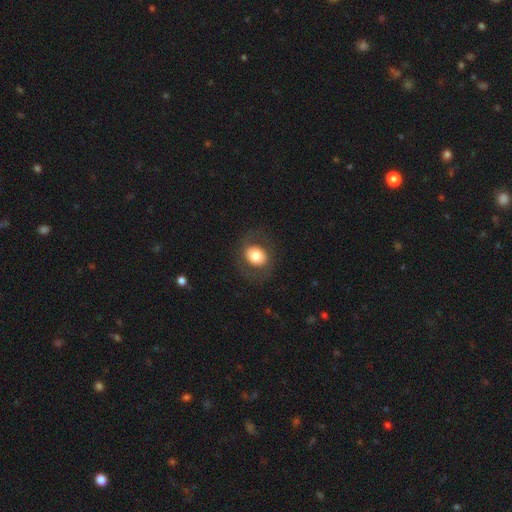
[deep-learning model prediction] A smooth galaxy with no disk features (68%) that is round (55%).

Vote fractions:
- Smooth or featured? smooth: 68% / featured or disk: 24% / star or artifact: 8%
- How rounded? round: 55% / in between: 44% / cigar-shaped: 1%
- Merging? none: 78% / minor disturbance: 12% / major disturbance: 9% / merger: 1%